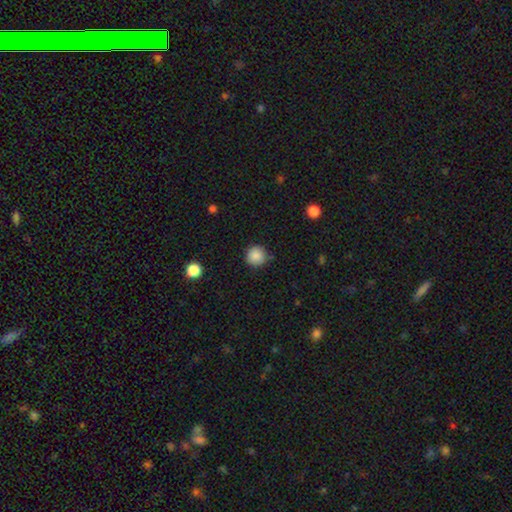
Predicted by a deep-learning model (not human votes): smooth 87%, star or artifact 9%, featured or disk 4%. Down the decision tree: how rounded — round (94%); merging — none (87%).